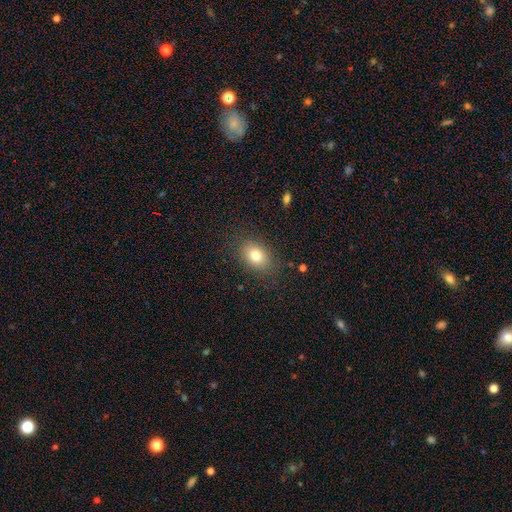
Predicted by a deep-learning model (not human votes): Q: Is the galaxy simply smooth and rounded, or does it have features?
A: smooth — 79%.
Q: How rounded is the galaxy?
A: in between — 73%.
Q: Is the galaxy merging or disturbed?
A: none — 84%.